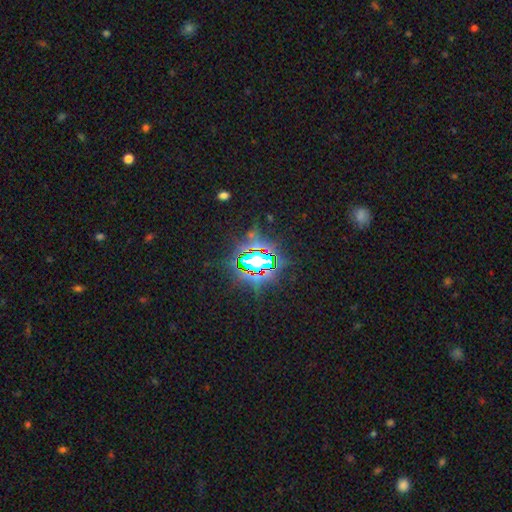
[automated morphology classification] Smooth or featured? star or artifact (82%)